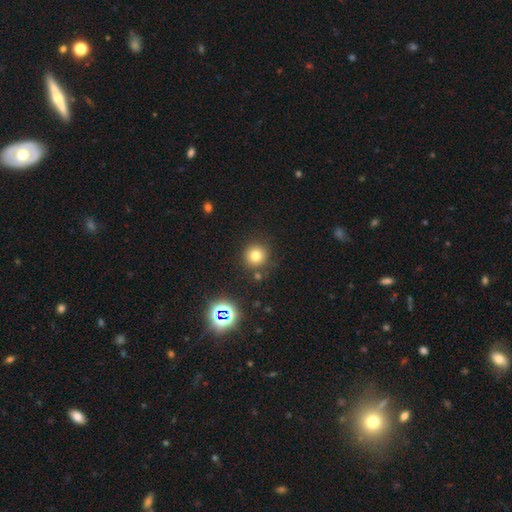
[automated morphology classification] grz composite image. It shows a smooth galaxy with no disk features (75%) that is round (94%). Merging: none (83%).